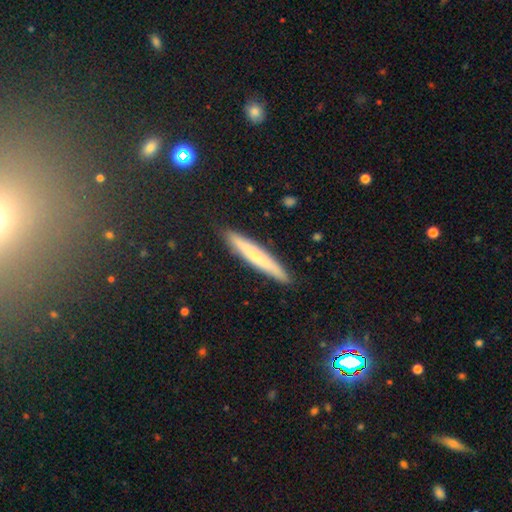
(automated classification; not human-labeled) Overall: smooth (58%; featured or disk 35%). How rounded: cigar-shaped (95%). Merging: none (90%).